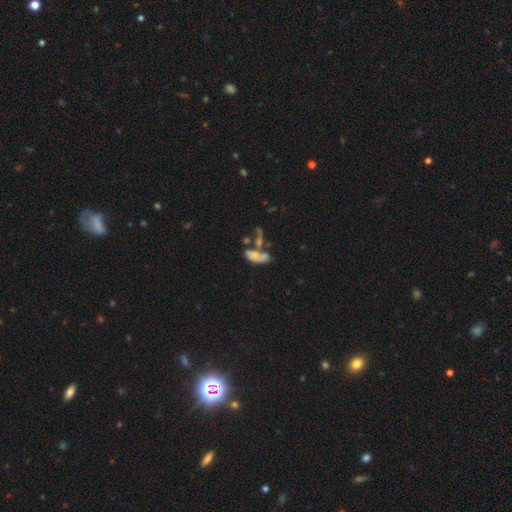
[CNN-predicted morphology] smooth_or_featured: smooth (p=0.52) [alt: featured or disk p=0.36]
how_rounded: in between (p=0.83) [alt: cigar-shaped p=0.12]
merging: merger (p=0.49) [alt: none p=0.22]